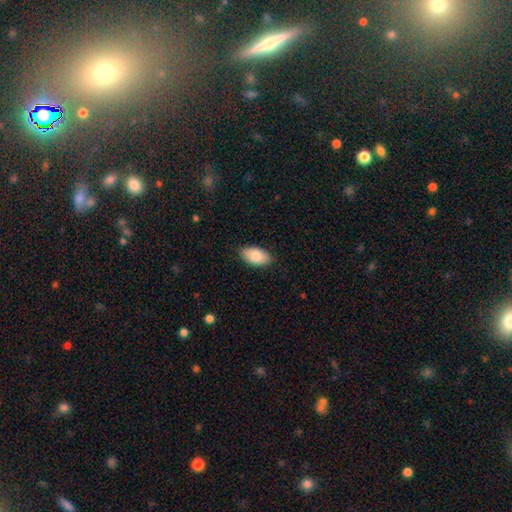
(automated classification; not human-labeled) Smooth or featured?
  - smooth: 86% *
  - featured or disk: 8%
  - star or artifact: 6%
How rounded?
  - in between: 95% *
  - round: 4%
  - cigar-shaped: 2%
Merging?
  - none: 87% *
  - minor disturbance: 10%
  - major disturbance: 2%
  - merger: 1%